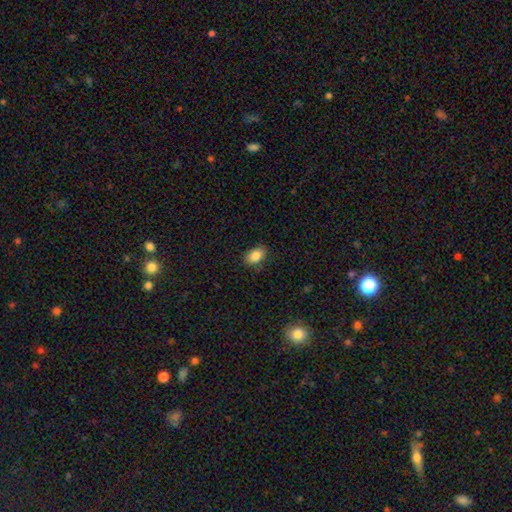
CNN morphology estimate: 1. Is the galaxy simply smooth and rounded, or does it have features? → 86% smooth, 8% star or artifact, 6% featured or disk.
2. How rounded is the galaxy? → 88% in between, 11% round, 1% cigar-shaped.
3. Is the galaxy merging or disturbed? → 84% none, 12% minor disturbance, 3% major disturbance, 1% merger.